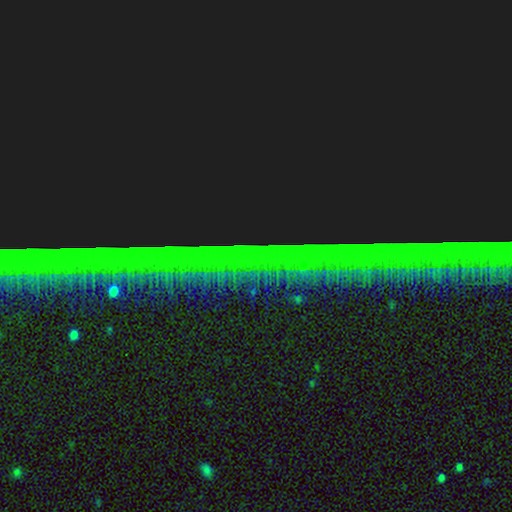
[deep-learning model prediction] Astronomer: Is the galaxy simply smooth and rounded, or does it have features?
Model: star or artifact — 87%.